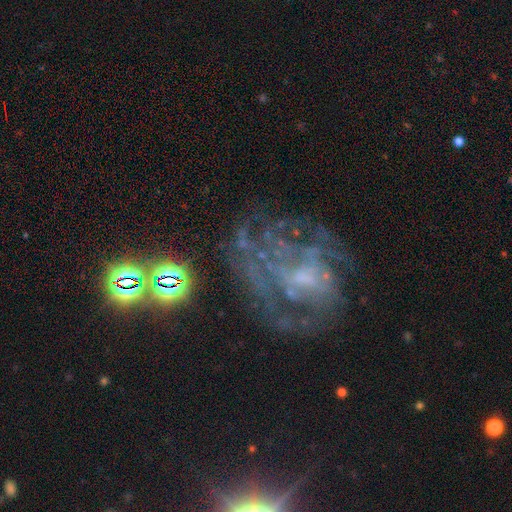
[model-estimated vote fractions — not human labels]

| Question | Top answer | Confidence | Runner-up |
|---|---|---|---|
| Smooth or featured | featured or disk | 63% | star or artifact (25%) |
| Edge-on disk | no | 97% | yes (3%) |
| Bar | no | 62% | weak (30%) |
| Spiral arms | yes | 67% | no (33%) |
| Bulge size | small | 55% | none (21%) |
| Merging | none | 54% | major disturbance (23%) |